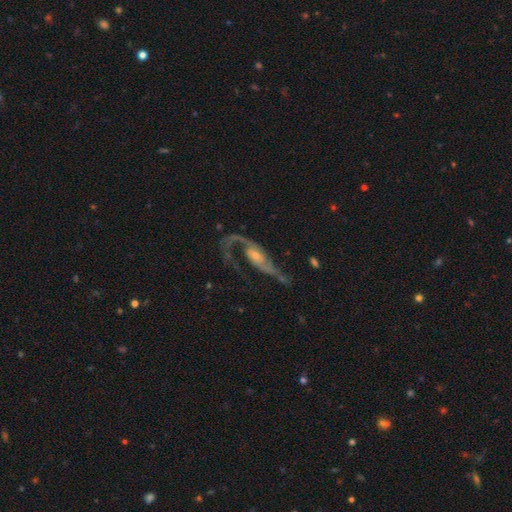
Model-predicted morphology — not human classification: smooth-or-featured: featured or disk: 86% | smooth: 8% | star or artifact: 7%
  disk-edge-on: no: 92% | yes: 8%
    bar: no: 59% | weak: 29% | strong: 12%
    has-spiral-arms: yes: 94% | no: 6%
      spiral-winding: loose: 62% | medium: 30% | tight: 8%
      spiral-arm-count: 2: 80% | 1: 13% | can't tell: 3% | 3: 1% | 4: 1% | more than 4: 1%
    bulge-size: small: 60% | moderate: 29% | none: 6% | large: 3% | dominant: 1%
  merging: none: 49% | major disturbance: 30% | minor disturbance: 17% | merger: 4%